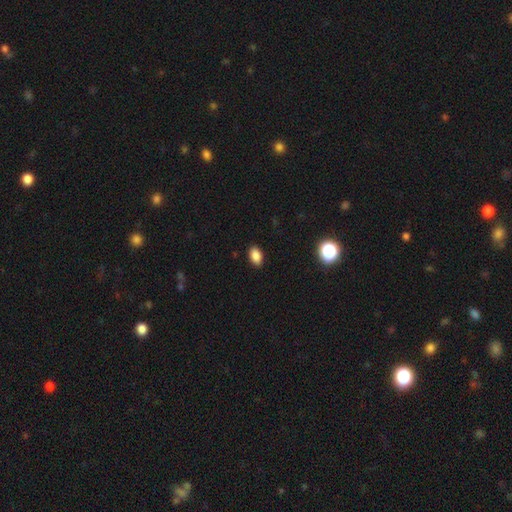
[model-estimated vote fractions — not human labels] Morphology: type=smooth (86%); roundness=in between (91%); merging=none (89%).